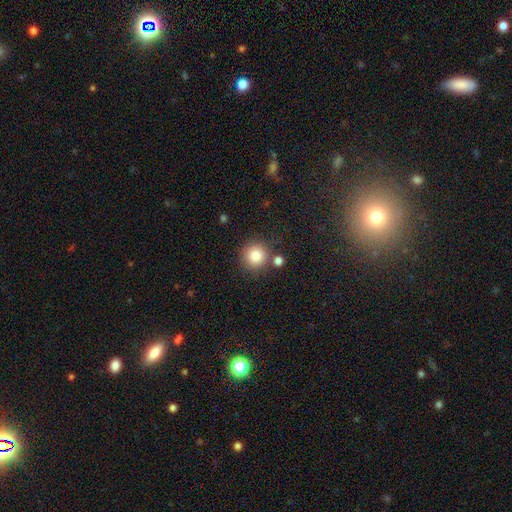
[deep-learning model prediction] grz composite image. It shows a smooth galaxy with no disk features (83%) that is round (93%). Merging: none (79%).